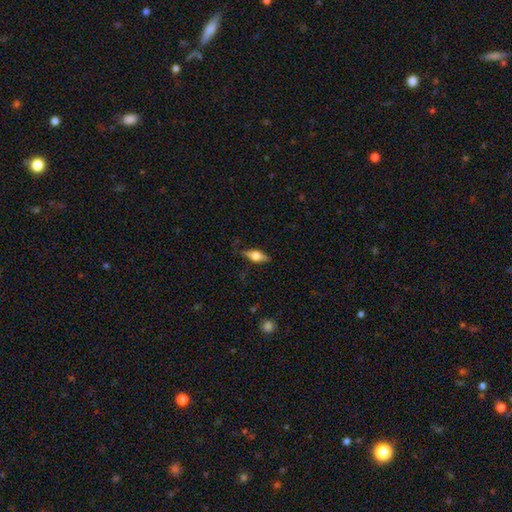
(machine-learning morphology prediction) This is possibly a smooth galaxy (51%). How rounded: likely in between (69%). Merging: likely none (78%).